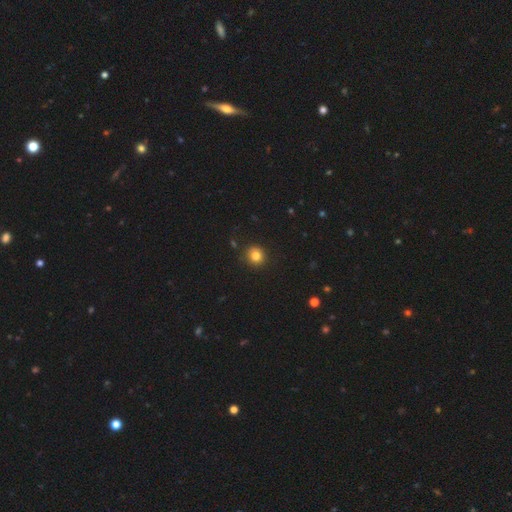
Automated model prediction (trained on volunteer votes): Smooth or featured? smooth (83%)
How rounded? round (88%)
Merging? none (87%)